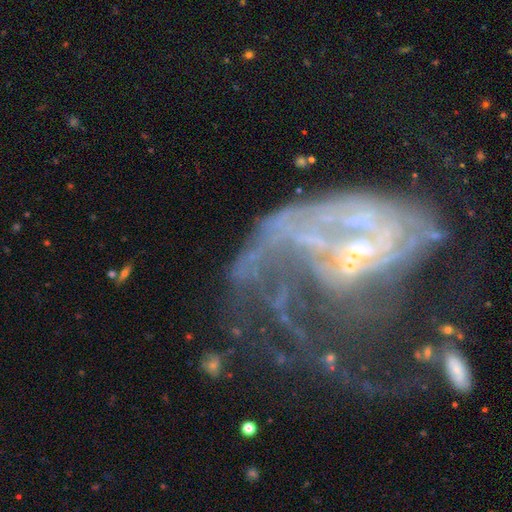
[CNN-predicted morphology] A featured or disk galaxy (78%) with no bar (58%), spiral arms (65%) and a small central bulge (41%). Merging: major disturbance (53%).